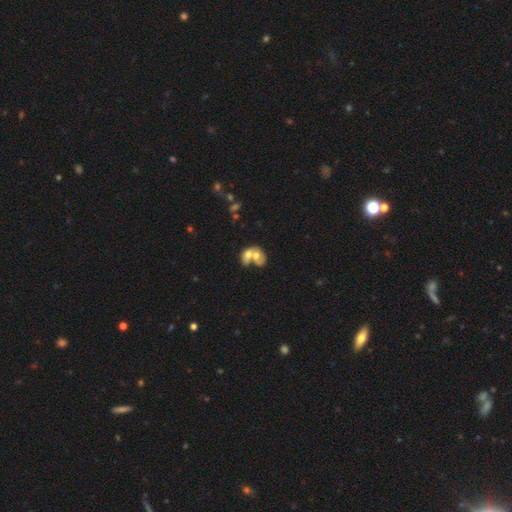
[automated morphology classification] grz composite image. It shows a smooth galaxy with no disk features (54%) that is in between round and cigar-shaped (61%). Merging: merger (76%).